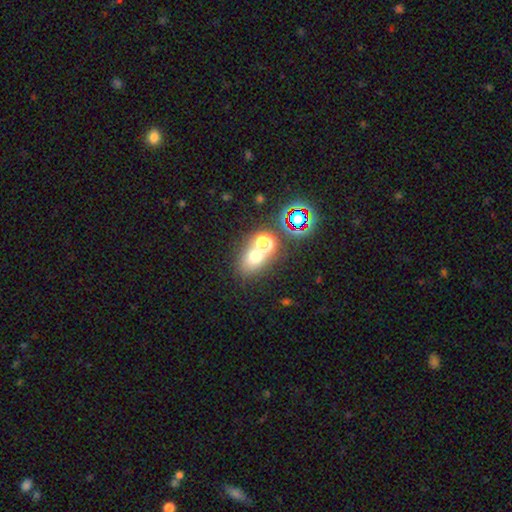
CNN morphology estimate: smooth 61%, star or artifact 26%, featured or disk 13%. Down the decision tree: how rounded — round (54%); merging — none (50%).